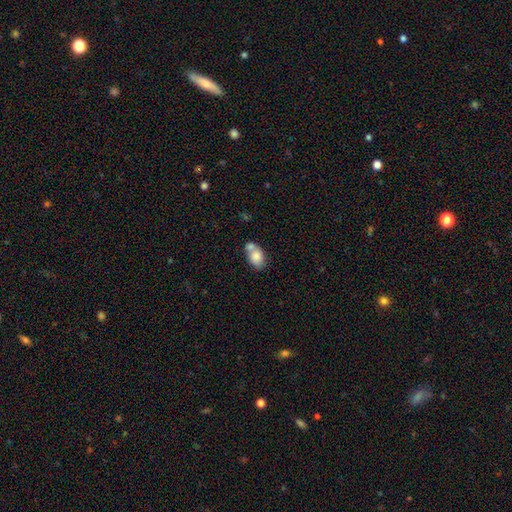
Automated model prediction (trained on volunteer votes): Smooth or featured: smooth — 79% (featured or disk — 13%)
How rounded: in between — 80% (round — 18%)
Merging: merger — 49% (none — 34%)